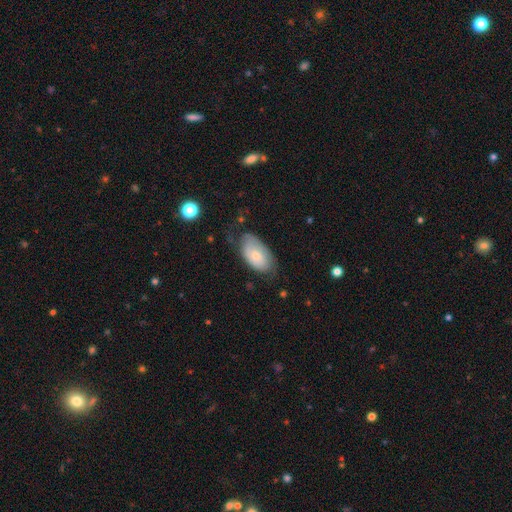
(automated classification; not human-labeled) Smooth or featured? Predicted: smooth (p=0.59). How rounded? Predicted: in between (p=0.94). Merging? Predicted: none (p=0.54).